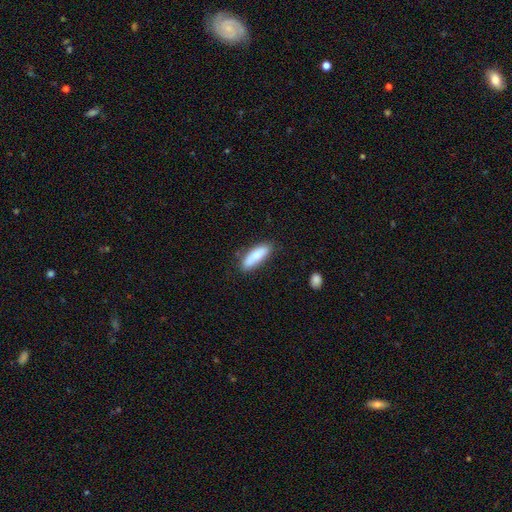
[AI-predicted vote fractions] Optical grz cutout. It shows a smooth galaxy with no disk features (84%) that is in between round and cigar-shaped (50%). Merging: none (78%).